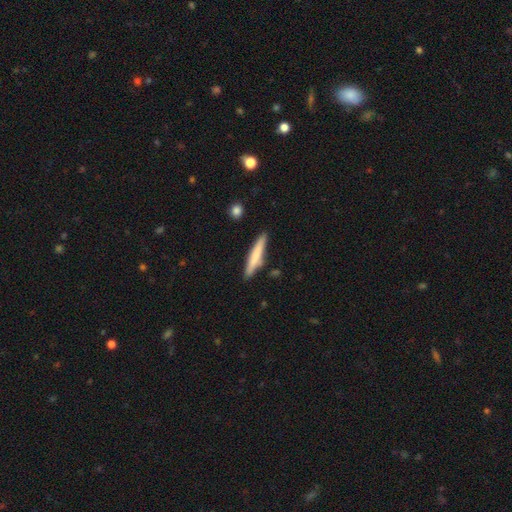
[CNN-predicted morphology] Smooth or featured?
  - smooth: 68% *
  - featured or disk: 27%
  - star or artifact: 5%
How rounded?
  - cigar-shaped: 92% *
  - in between: 7%
  - round: 1%
Merging?
  - none: 83% *
  - minor disturbance: 11%
  - merger: 4%
  - major disturbance: 2%